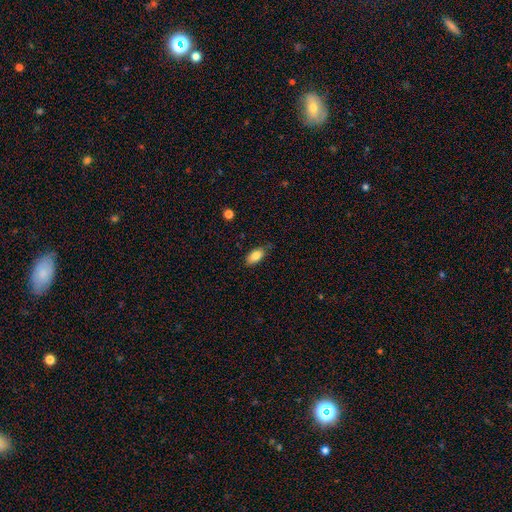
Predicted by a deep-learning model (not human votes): This is clearly a smooth galaxy (84%). How rounded: clearly in between (91%). Merging: likely none (76%).